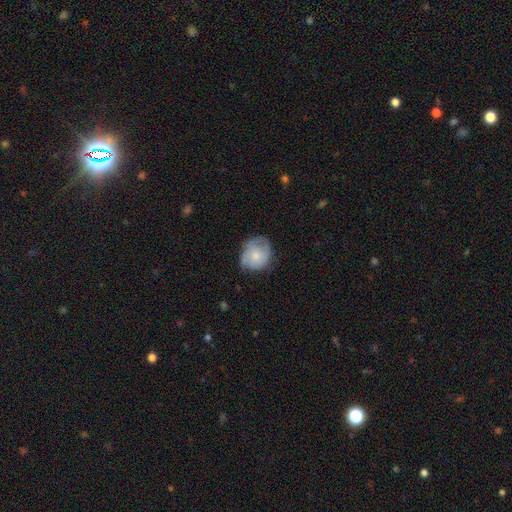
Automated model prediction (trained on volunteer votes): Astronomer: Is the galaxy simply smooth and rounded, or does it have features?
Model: smooth — 57% (runner-up: featured or disk, 36%).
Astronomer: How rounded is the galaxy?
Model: round — 70%.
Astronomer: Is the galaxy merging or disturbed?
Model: none — 60%.